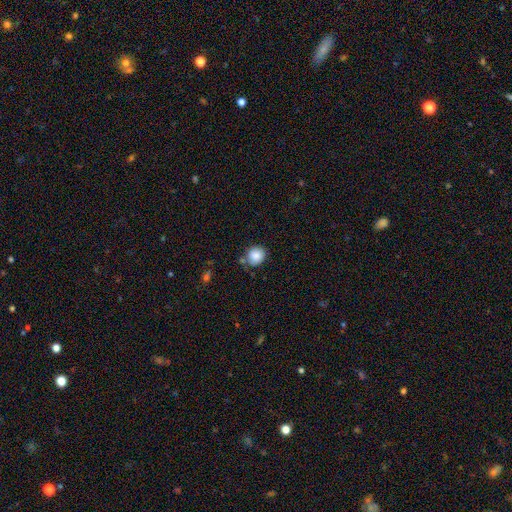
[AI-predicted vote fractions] Smooth or featured?
  - smooth: 85% *
  - star or artifact: 9%
  - featured or disk: 6%
How rounded?
  - round: 84% *
  - in between: 15%
  - cigar-shaped: 1%
Merging?
  - none: 70% *
  - minor disturbance: 18%
  - merger: 8%
  - major disturbance: 4%